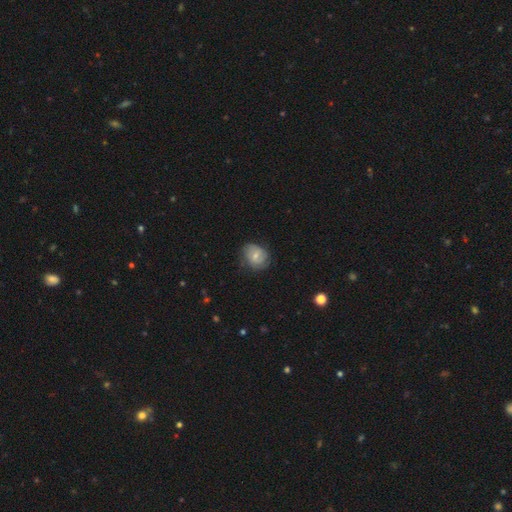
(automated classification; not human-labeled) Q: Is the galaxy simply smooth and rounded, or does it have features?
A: smooth — 52%.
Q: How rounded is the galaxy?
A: round — 59%.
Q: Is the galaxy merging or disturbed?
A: none — 68%.